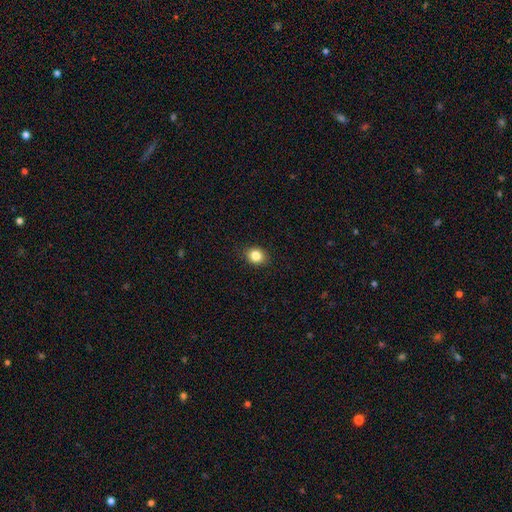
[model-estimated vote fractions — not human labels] Smooth or featured? smooth (84%)
How rounded? round (60%)
Merging? none (89%)